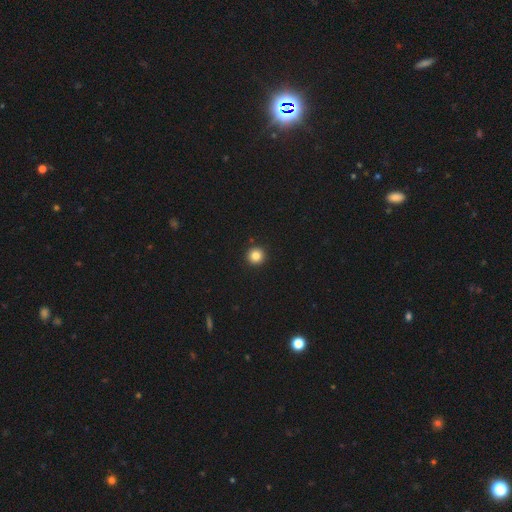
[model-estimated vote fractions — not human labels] Smooth or featured? smooth (84%)
How rounded? round (96%)
Merging? none (93%)